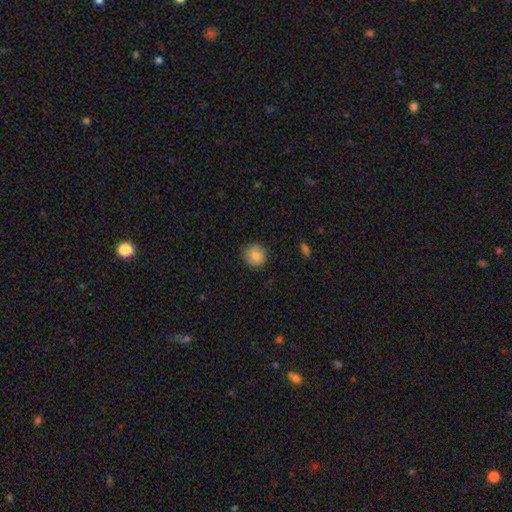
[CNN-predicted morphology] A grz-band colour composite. It shows a smooth galaxy with no disk features (84%) that is round (90%). Merging: none (85%).